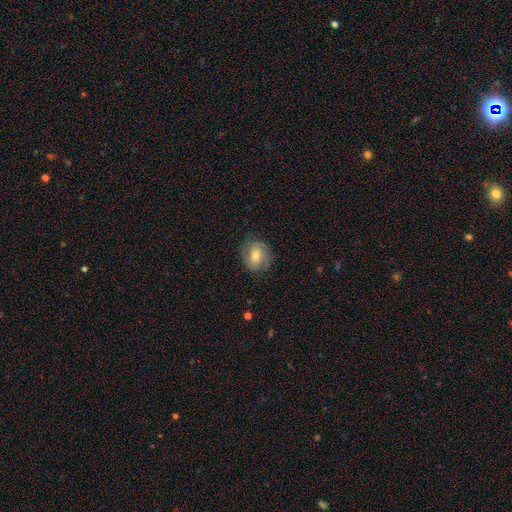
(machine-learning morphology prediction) This is likely a featured or disk galaxy (62%). It is clearly not viewed edge-on (97%). Bar: possibly no (50%). Spiral arm pattern: clearly yes (88%). Spiral arm count: likely 2 (72%). Spiral winding: marginally medium (42%). Central bulge: likely moderate (62%). Merging: likely none (76%).